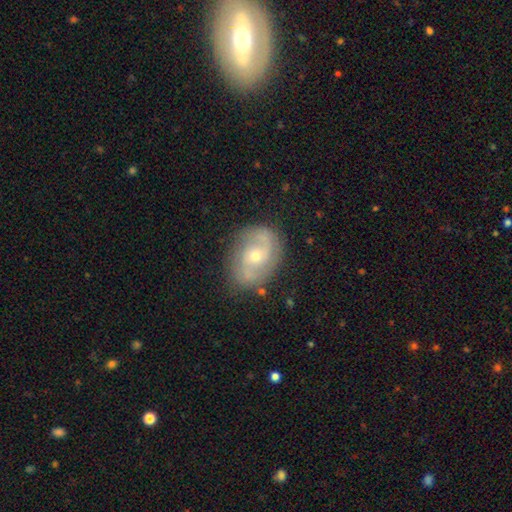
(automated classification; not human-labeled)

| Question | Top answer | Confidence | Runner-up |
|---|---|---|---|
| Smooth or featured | featured or disk | 80% | smooth (14%) |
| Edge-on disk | no | 97% | yes (3%) |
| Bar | no | 61% | weak (32%) |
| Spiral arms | yes | 92% | no (8%) |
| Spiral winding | medium | 49% | tight (31%) |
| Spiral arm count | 2 | 83% | can't tell (8%) |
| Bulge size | small | 51% | moderate (46%) |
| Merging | none | 79% | minor disturbance (15%) |